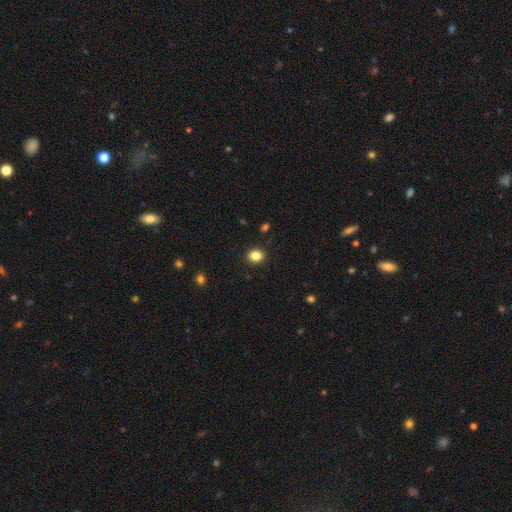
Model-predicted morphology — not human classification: Q: Smooth or featured?
A: smooth (84%); runner-up: star or artifact (11%)
Q: How rounded?
A: round (66%); runner-up: in between (33%)
Q: Merging?
A: none (91%); runner-up: minor disturbance (6%)